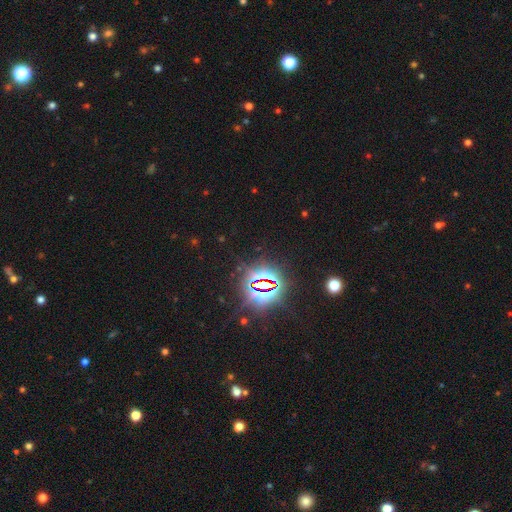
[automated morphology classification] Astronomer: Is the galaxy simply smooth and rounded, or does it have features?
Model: star or artifact — 85%.